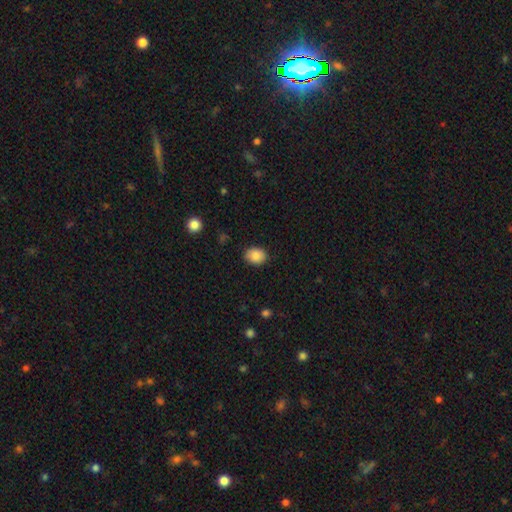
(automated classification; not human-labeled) Morphology: type=smooth (87%); roundness=in between (59%); merging=none (87%).